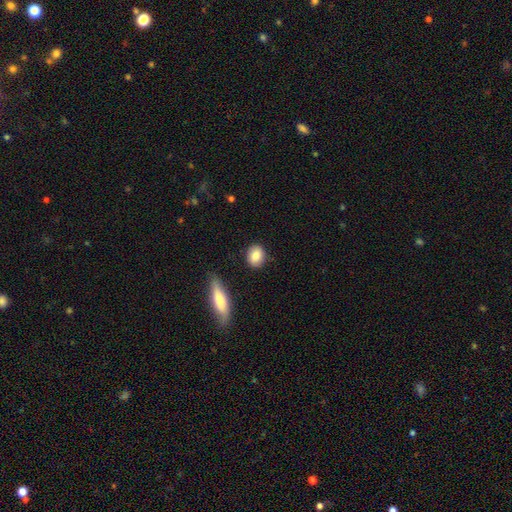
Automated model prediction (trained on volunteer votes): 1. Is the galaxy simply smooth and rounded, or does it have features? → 85% smooth, 8% featured or disk, 7% star or artifact.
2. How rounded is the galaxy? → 58% round, 39% in between, 3% cigar-shaped.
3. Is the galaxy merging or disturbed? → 85% none, 10% minor disturbance, 2% merger, 2% major disturbance.